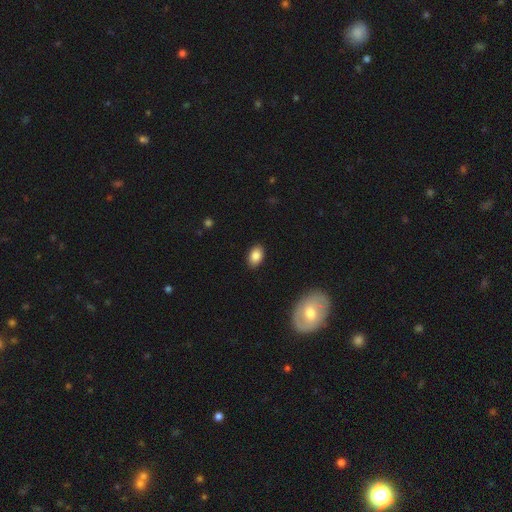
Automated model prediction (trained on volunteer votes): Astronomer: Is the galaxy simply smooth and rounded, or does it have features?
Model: smooth — 86%.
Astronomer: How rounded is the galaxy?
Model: in between — 87%.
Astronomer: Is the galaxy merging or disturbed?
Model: none — 89%.